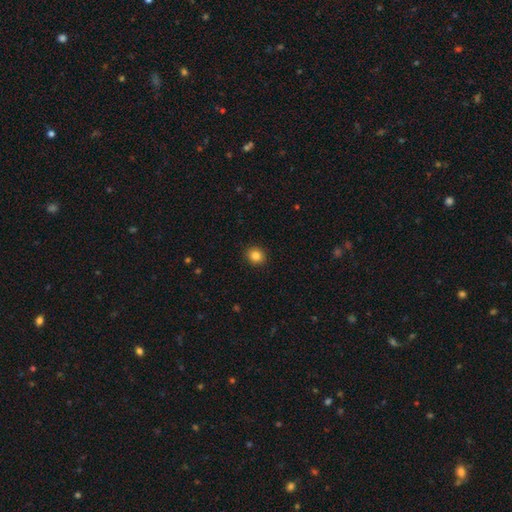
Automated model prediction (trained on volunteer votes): Smooth or featured: smooth — 84% (star or artifact — 11%)
How rounded: round — 78% (in between — 21%)
Merging: none — 91% (minor disturbance — 6%)